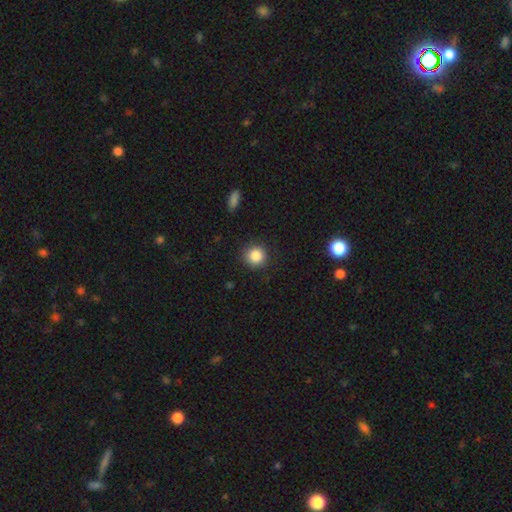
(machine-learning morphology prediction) A smooth galaxy with no disk features (86%) that is round (93%).

Vote fractions:
- Smooth or featured? smooth: 86% / star or artifact: 10% / featured or disk: 4%
- How rounded? round: 93% / in between: 6% / cigar-shaped: 1%
- Merging? none: 89% / minor disturbance: 8% / major disturbance: 2% / merger: 1%